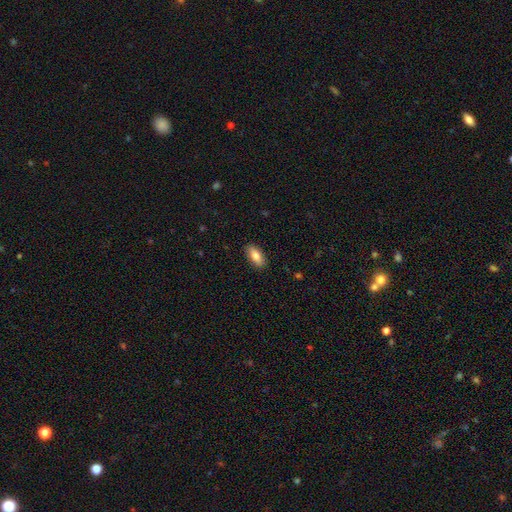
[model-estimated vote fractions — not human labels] smooth_or_featured: smooth (p=0.79) [alt: featured or disk p=0.14]
how_rounded: in between (p=0.82) [alt: cigar-shaped p=0.16]
merging: none (p=0.89) [alt: minor disturbance p=0.08]